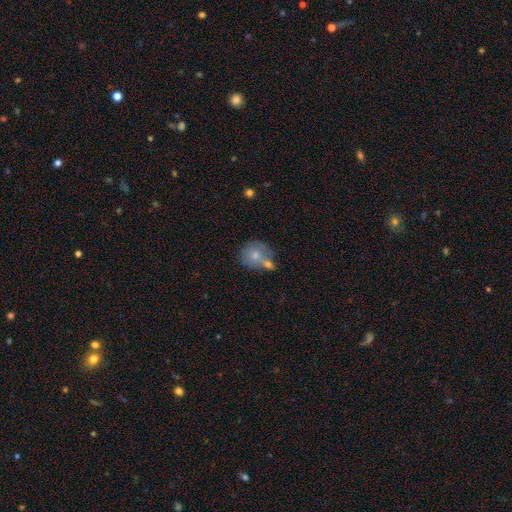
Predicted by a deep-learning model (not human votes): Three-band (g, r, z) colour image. It shows a smooth galaxy with no disk features (71%) that is round (79%). Merging: merger (43%).